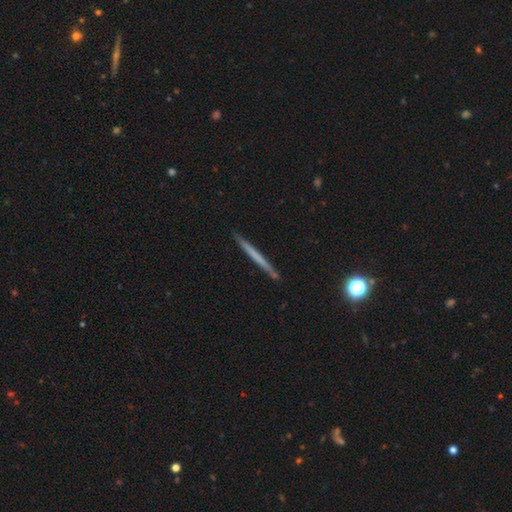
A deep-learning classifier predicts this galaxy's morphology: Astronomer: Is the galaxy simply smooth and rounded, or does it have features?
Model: smooth — 52% (runner-up: featured or disk, 42%).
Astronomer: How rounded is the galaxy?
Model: cigar-shaped — 97%.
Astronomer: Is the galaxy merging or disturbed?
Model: none — 90%.